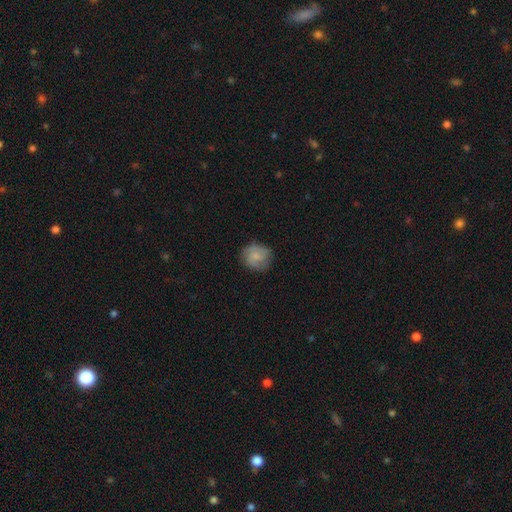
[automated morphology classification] type=smooth (54%); roundness=round (78%); merging=none (78%).